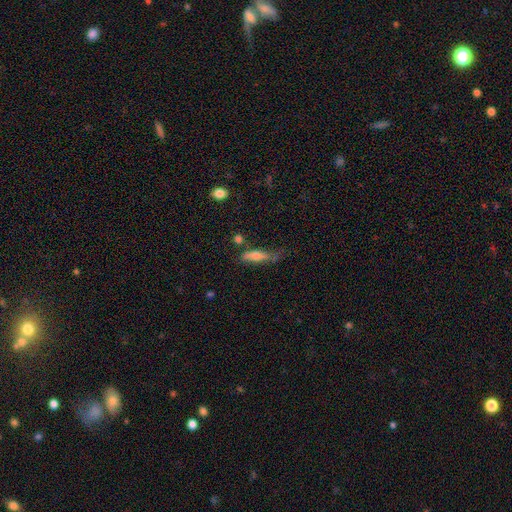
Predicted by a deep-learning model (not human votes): A smooth galaxy with no disk features (66%) that is cigar-shaped (66%). Merging: none (47%).